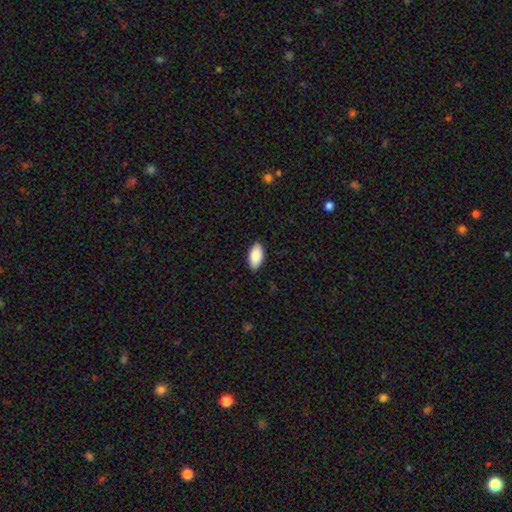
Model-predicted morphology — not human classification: Smooth or featured? smooth (89%)
How rounded? in between (94%)
Merging? none (89%)